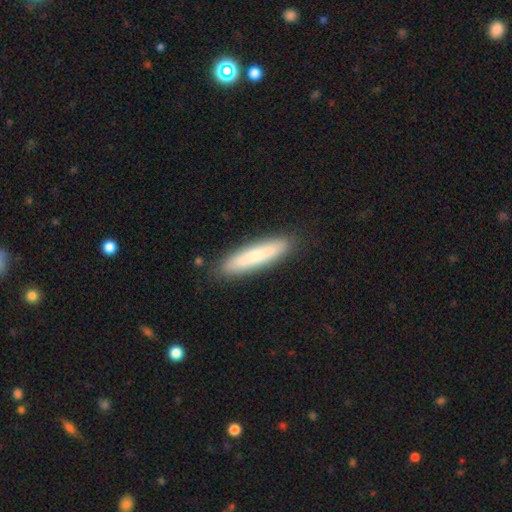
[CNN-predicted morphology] This is likely a smooth galaxy (69%). How rounded: clearly cigar-shaped (83%). Merging: clearly none (87%).